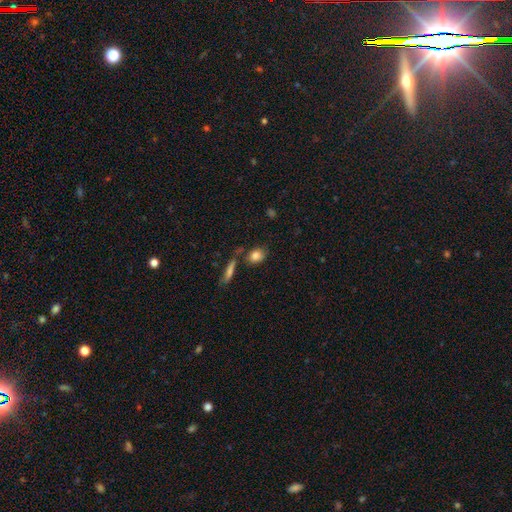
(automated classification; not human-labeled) This appears to be a smooth galaxy with no disk features (82%) that is in between round and cigar-shaped (55%). Merging: none (68%).